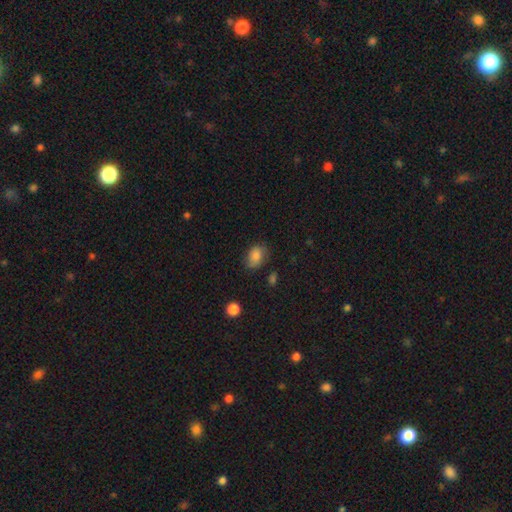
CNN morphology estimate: smooth 82%, star or artifact 9%, featured or disk 9%. Down the decision tree: how rounded — in between (73%); merging — none (65%).